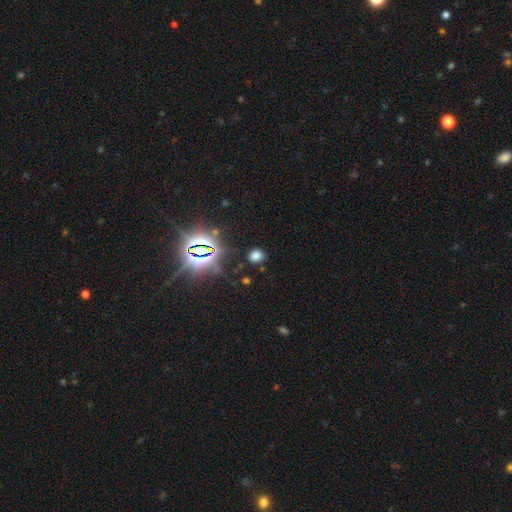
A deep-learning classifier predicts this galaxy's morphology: The model was most divided on "how rounded": round: 63%, in between: 36%, cigar-shaped: 1%. More confident: merging — none (82%); smooth or featured — smooth (62%).